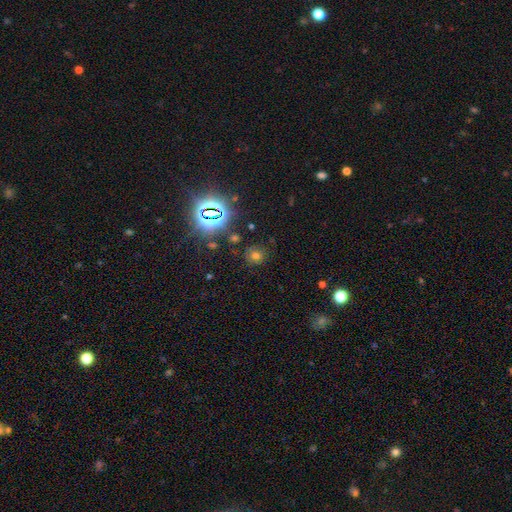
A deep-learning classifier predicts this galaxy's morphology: smooth-or-featured: smooth: 57% | star or artifact: 33% | featured or disk: 10%
  how-rounded: round: 86% | in between: 13% | cigar-shaped: 1%
  merging: none: 82% | minor disturbance: 11% | major disturbance: 4% | merger: 3%